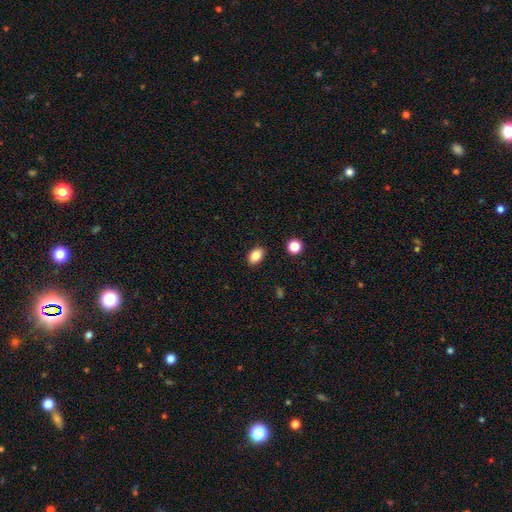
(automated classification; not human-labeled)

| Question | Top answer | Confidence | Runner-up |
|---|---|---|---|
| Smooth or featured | smooth | 85% | star or artifact (9%) |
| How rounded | in between | 85% | round (14%) |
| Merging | none | 89% | minor disturbance (8%) |